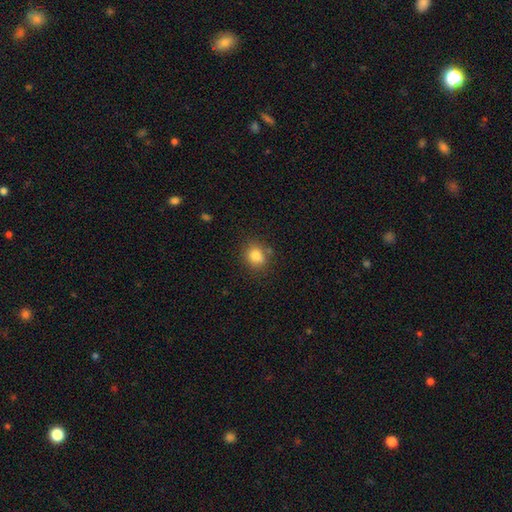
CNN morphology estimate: smooth-or-featured: smooth: 81% | star or artifact: 11% | featured or disk: 8%
  how-rounded: round: 69% | in between: 30% | cigar-shaped: 1%
  merging: none: 75% | minor disturbance: 14% | merger: 7% | major disturbance: 4%